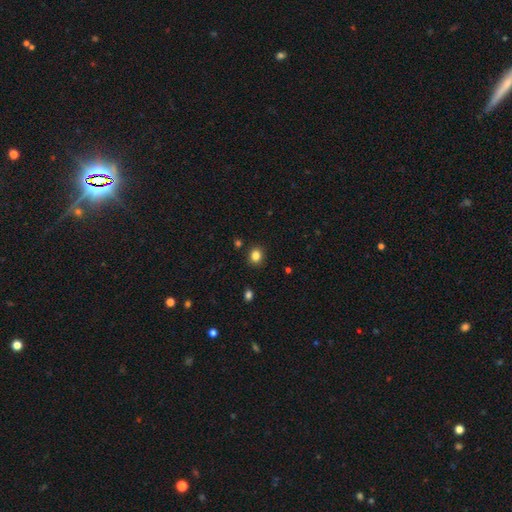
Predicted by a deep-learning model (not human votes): Smooth or featured?
  - smooth: 83% *
  - star or artifact: 12%
  - featured or disk: 5%
How rounded?
  - round: 75% *
  - in between: 24%
  - cigar-shaped: 1%
Merging?
  - none: 89% *
  - minor disturbance: 7%
  - major disturbance: 2%
  - merger: 2%